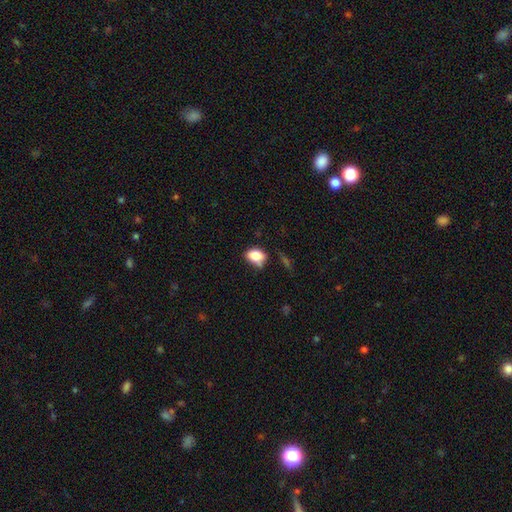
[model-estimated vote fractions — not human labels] The model was most divided on "merging": none: 51%, minor disturbance: 32%, major disturbance: 9%, merger: 7%. More confident: smooth or featured — smooth (82%); how rounded — in between (76%).